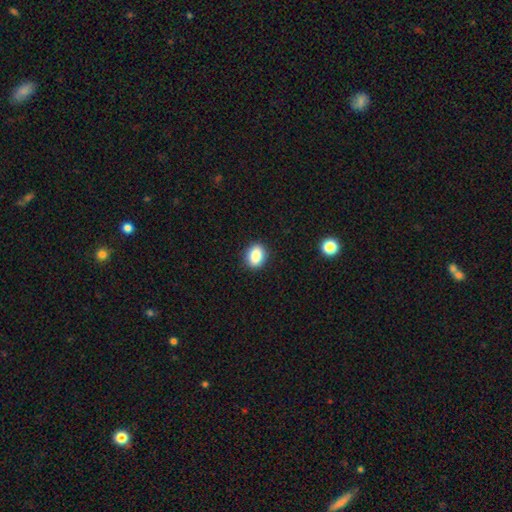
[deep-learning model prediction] The model was most divided on "how rounded": in between: 60%, round: 38%, cigar-shaped: 1%. More confident: merging — none (90%); smooth or featured — smooth (85%).